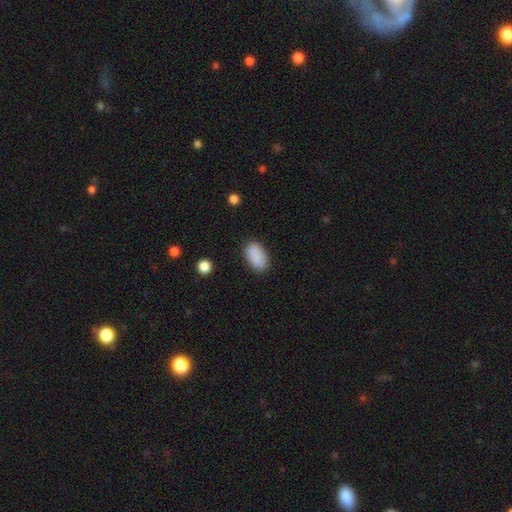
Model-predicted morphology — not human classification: This is clearly a smooth galaxy (89%). How rounded: clearly in between (93%). Merging: clearly none (84%).